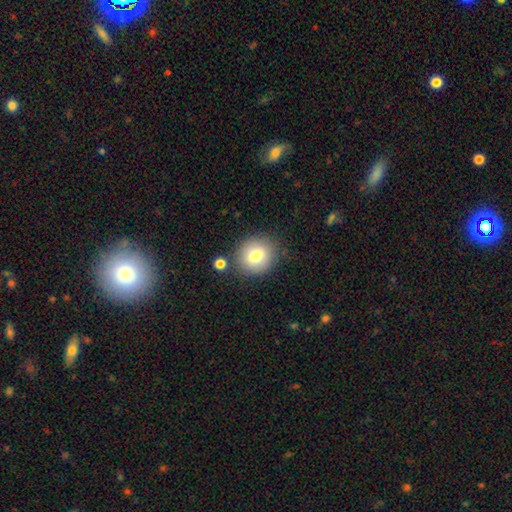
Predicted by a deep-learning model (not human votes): Smooth or featured? smooth (77%)
How rounded? round (81%)
Merging? none (80%)